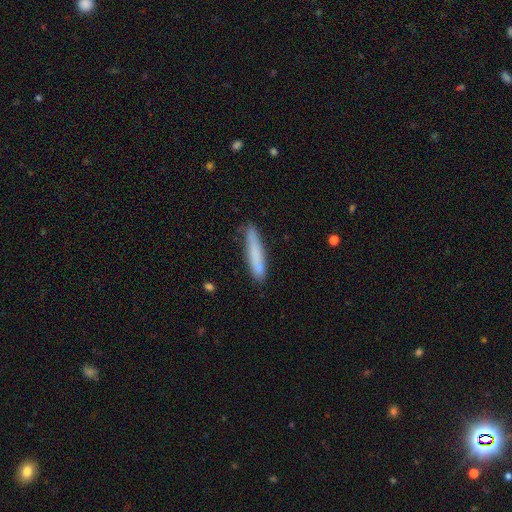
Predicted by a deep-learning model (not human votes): This appears to be a smooth galaxy with no disk features (78%) that is cigar-shaped (92%). Merging: none (80%).